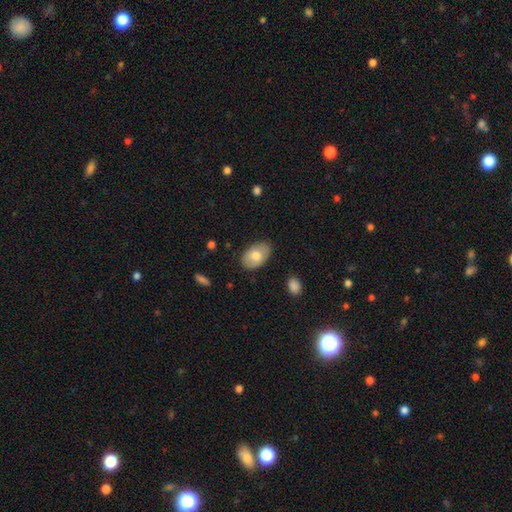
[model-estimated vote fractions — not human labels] smooth-or-featured: smooth: 73% | featured or disk: 21% | star or artifact: 6%
  how-rounded: in between: 91% | round: 8% | cigar-shaped: 1%
  merging: none: 83% | minor disturbance: 13% | major disturbance: 3% | merger: 1%